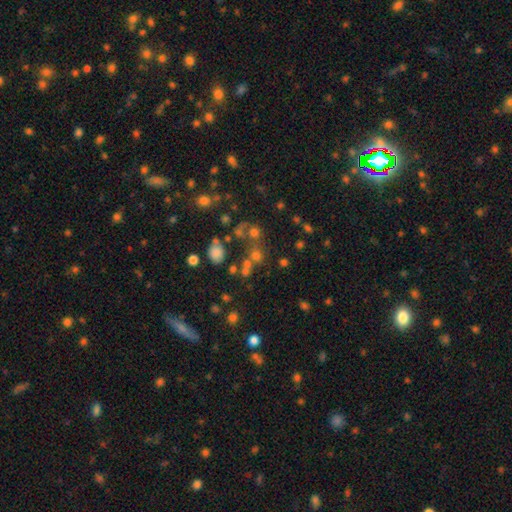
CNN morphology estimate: Overall: smooth (49%; star or artifact 39%). Merging: none (59%; merger 25%).